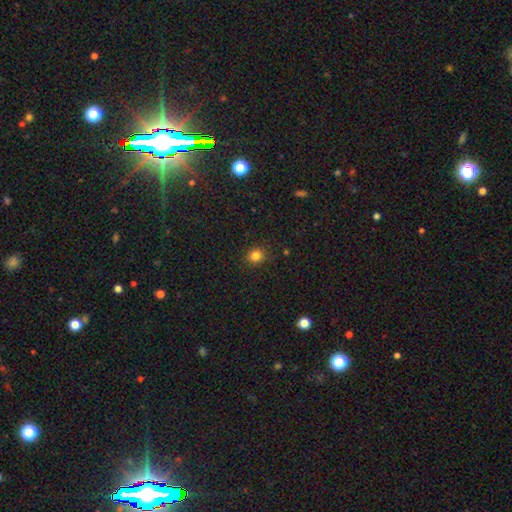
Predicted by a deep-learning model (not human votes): Smooth or featured?
  - smooth: 83% *
  - star or artifact: 13%
  - featured or disk: 4%
How rounded?
  - round: 87% *
  - in between: 12%
  - cigar-shaped: 1%
Merging?
  - none: 90% *
  - minor disturbance: 7%
  - major disturbance: 2%
  - merger: 1%